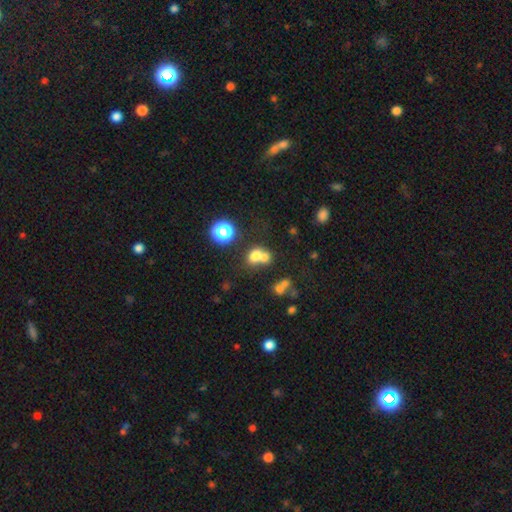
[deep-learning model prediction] This appears to be a smooth galaxy with no disk features (67%) that is round (59%). Merging: merger (53%).